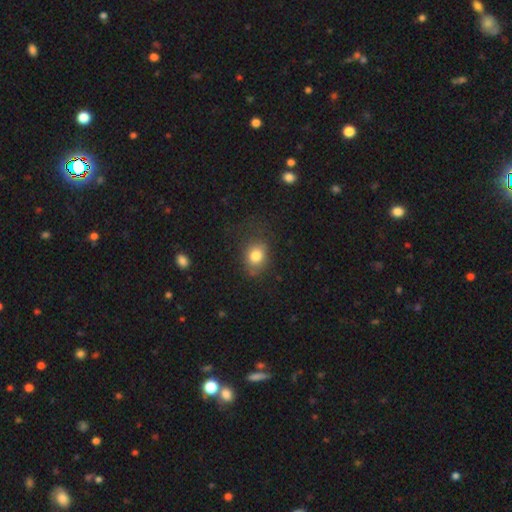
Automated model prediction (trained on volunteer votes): Smooth or featured? smooth (80%)
How rounded? in between (50%)
Merging? none (68%)